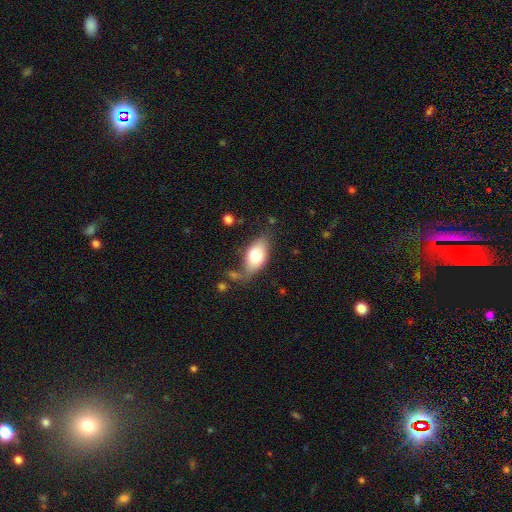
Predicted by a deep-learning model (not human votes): Smooth or featured? smooth (74%)
How rounded? in between (92%)
Merging? none (53%)